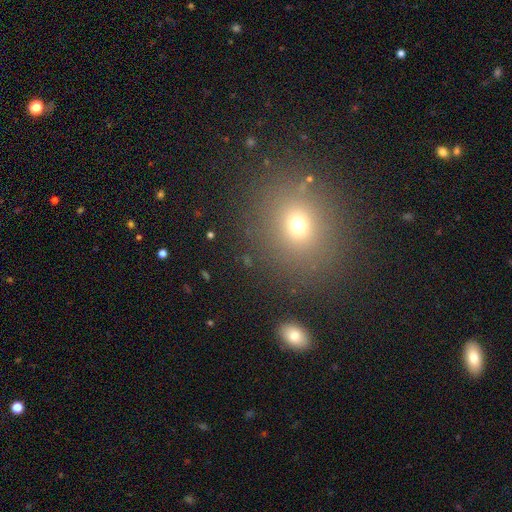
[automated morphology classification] The model was most divided on "smooth or featured": smooth: 62%, star or artifact: 28%, featured or disk: 10%. More confident: merging — none (85%); how rounded — round (69%).